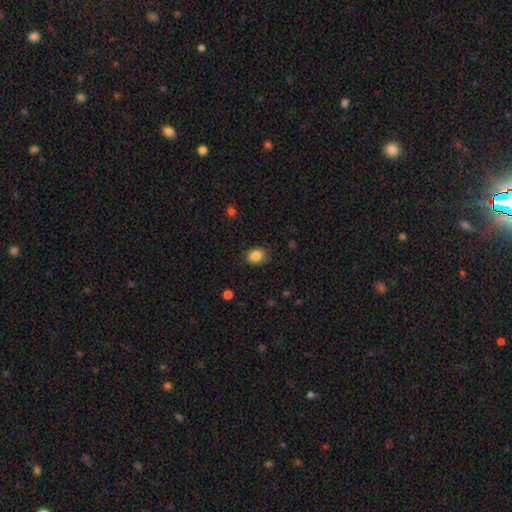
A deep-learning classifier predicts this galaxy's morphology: smooth 87%, star or artifact 9%, featured or disk 4%. Down the decision tree: how rounded — in between (57%); merging — none (82%).